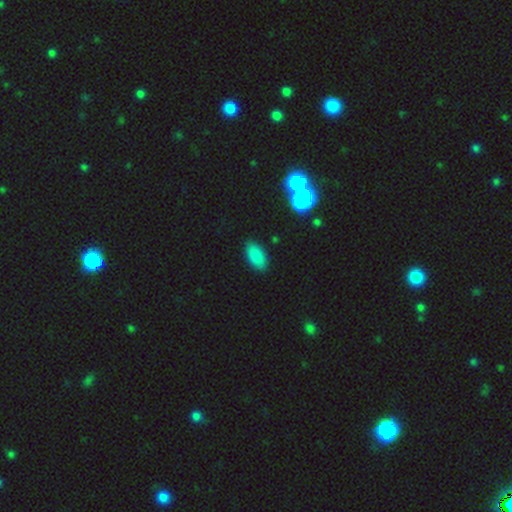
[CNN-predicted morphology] smooth_or_featured: smooth (p=0.86) [alt: star or artifact p=0.09]
how_rounded: in between (p=0.92) [alt: cigar-shaped p=0.05]
merging: none (p=0.86) [alt: minor disturbance p=0.10]